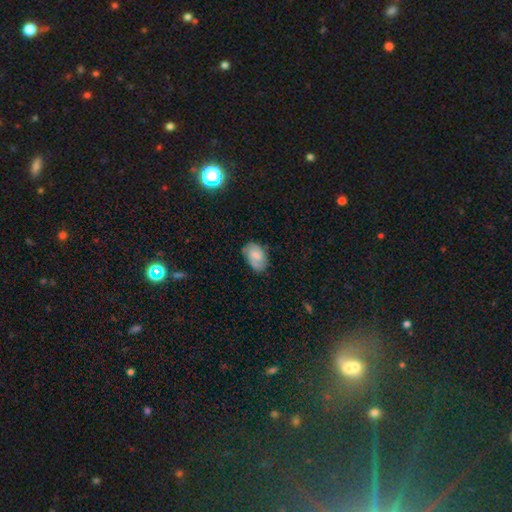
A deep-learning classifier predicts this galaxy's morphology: A smooth galaxy with no disk features (48%). Merging: none (68%).